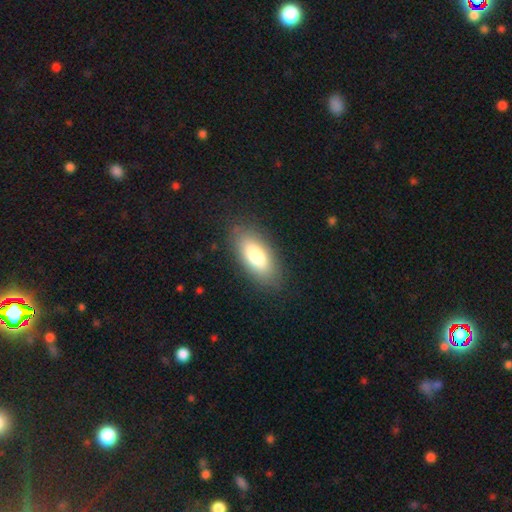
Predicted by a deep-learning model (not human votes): smooth 79%, featured or disk 14%, star or artifact 7%. Down the decision tree: how rounded — in between (87%); merging — none (84%).